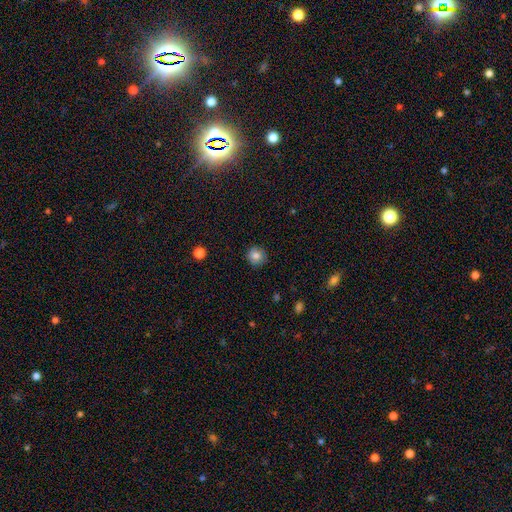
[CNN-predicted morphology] smooth 82%, star or artifact 10%, featured or disk 9%. Down the decision tree: how rounded — round (93%); merging — none (90%).